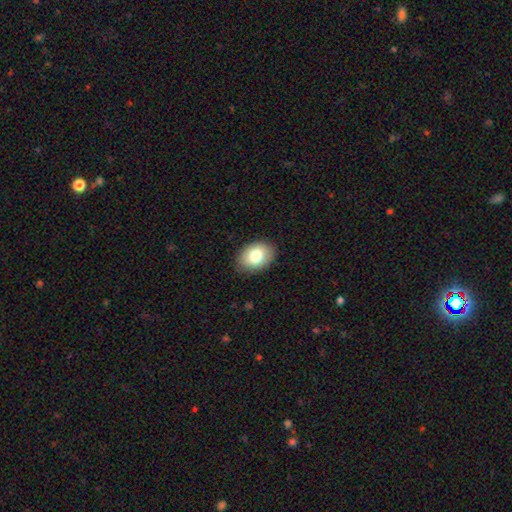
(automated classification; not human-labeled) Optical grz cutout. It shows a smooth galaxy with no disk features (80%) that is in between round and cigar-shaped (77%). Merging: none (85%).